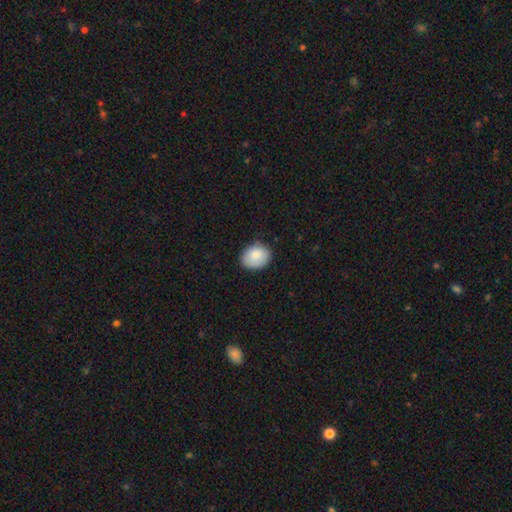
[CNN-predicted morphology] Smooth or featured? Predicted: smooth (p=0.84). How rounded? Predicted: in between (p=0.55). Merging? Predicted: none (p=0.77).